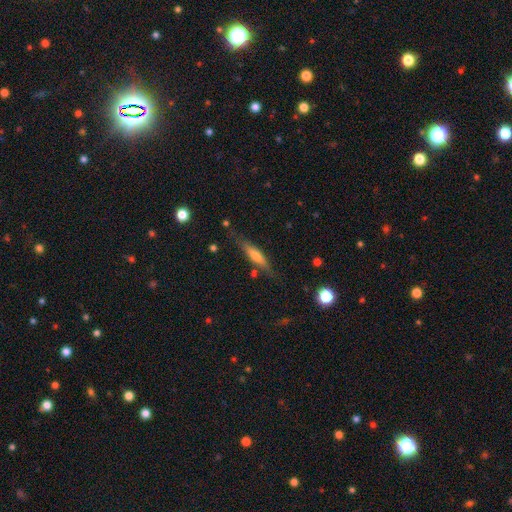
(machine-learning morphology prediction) smooth-or-featured: featured or disk: 51% | smooth: 42% | star or artifact: 7%
  disk-edge-on: yes: 92% | no: 8%
  merging: none: 78% | minor disturbance: 14% | major disturbance: 4% | merger: 4%